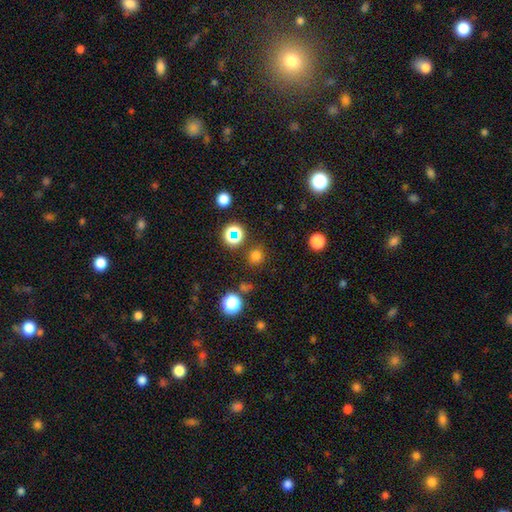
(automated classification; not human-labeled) Morphology: type=smooth (72%); roundness=round (91%); merging=none (86%).